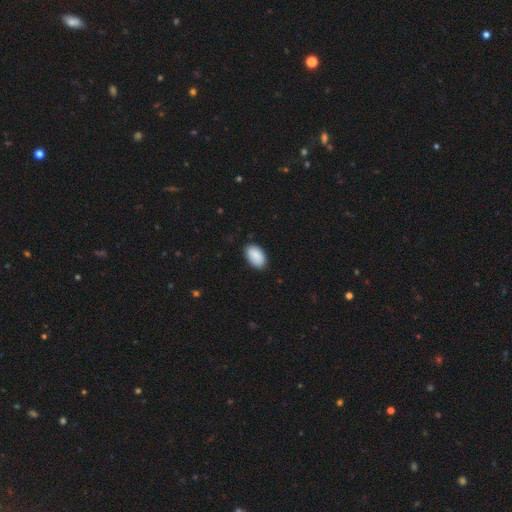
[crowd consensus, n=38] Morphology: type=smooth (92%); roundness=in between (91%); merging=none (83%).